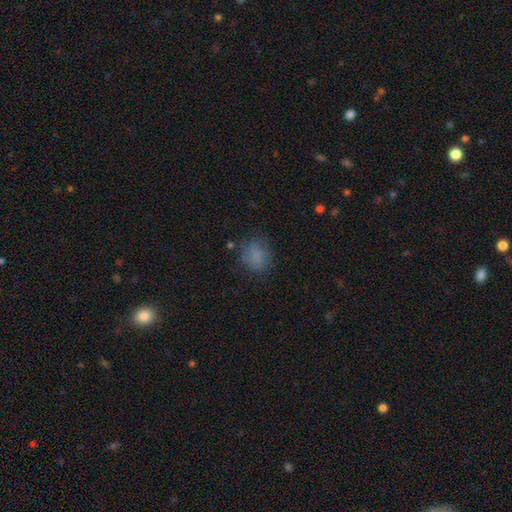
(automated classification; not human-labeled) Smooth or featured?
  - smooth: 76% *
  - featured or disk: 12%
  - star or artifact: 12%
How rounded?
  - round: 67% *
  - in between: 32%
  - cigar-shaped: 1%
Merging?
  - none: 68% *
  - minor disturbance: 21%
  - major disturbance: 9%
  - merger: 2%